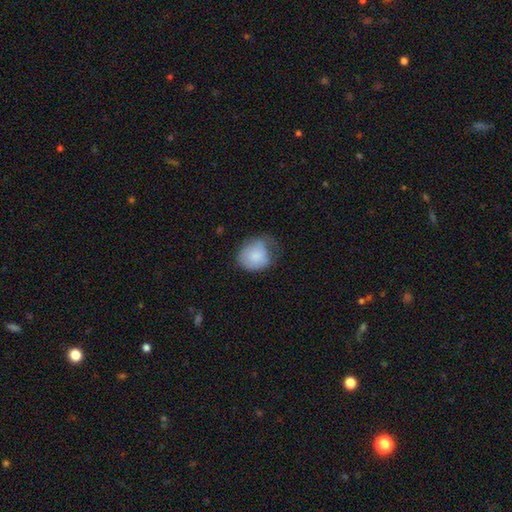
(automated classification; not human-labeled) Q: Smooth or featured?
A: smooth (80%); runner-up: featured or disk (13%)
Q: How rounded?
A: round (65%); runner-up: in between (35%)
Q: Merging?
A: minor disturbance (42%); runner-up: none (37%)